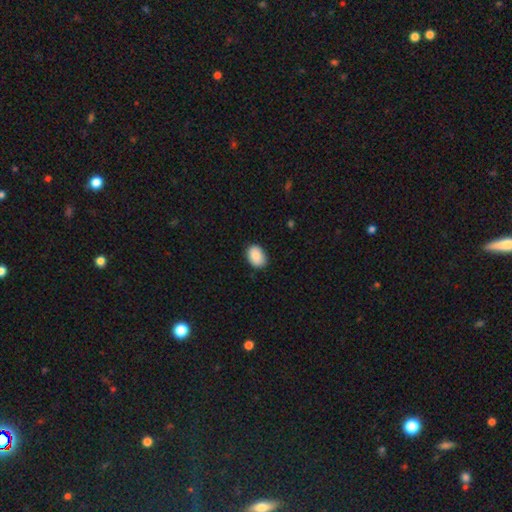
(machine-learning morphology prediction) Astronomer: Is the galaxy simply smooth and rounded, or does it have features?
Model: smooth — 88%.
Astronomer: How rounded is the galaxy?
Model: in between — 81%.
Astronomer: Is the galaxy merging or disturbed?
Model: none — 83%.